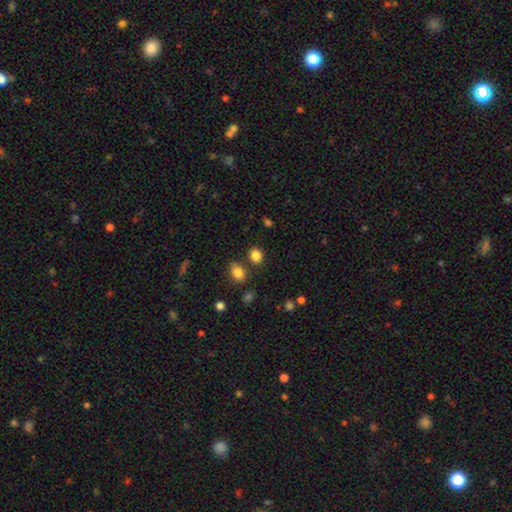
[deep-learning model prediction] Smooth or featured: smooth — 85% (star or artifact — 11%)
How rounded: in between — 52% (round — 47%)
Merging: none — 76% (minor disturbance — 11%)